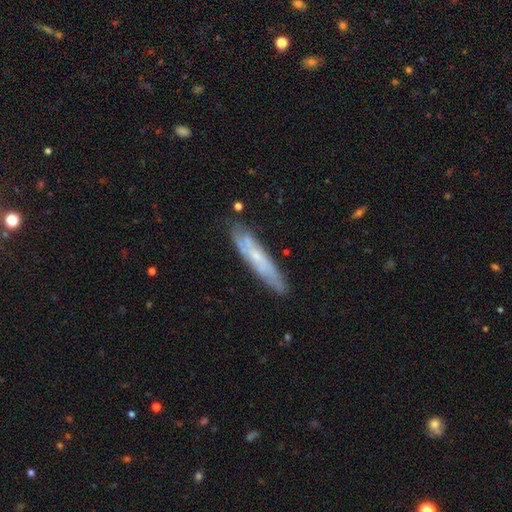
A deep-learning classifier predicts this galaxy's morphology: featured or disk 57%, smooth 36%, star or artifact 7%. Down the decision tree: edge-on disk — yes (59%); merging — none (80%).